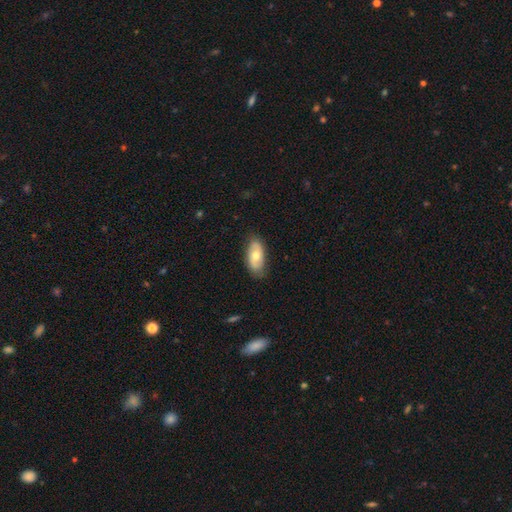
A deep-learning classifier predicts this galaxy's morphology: Smooth or featured?
  - smooth: 58% *
  - featured or disk: 36%
  - star or artifact: 6%
How rounded?
  - in between: 92% *
  - cigar-shaped: 5%
  - round: 4%
Merging?
  - none: 80% *
  - minor disturbance: 15%
  - major disturbance: 3%
  - merger: 1%